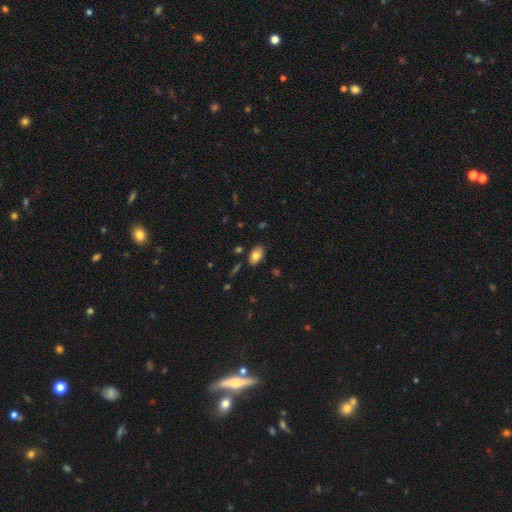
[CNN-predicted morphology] smooth 77%, featured or disk 15%, star or artifact 8%. Down the decision tree: how rounded — in between (92%); merging — none (82%).